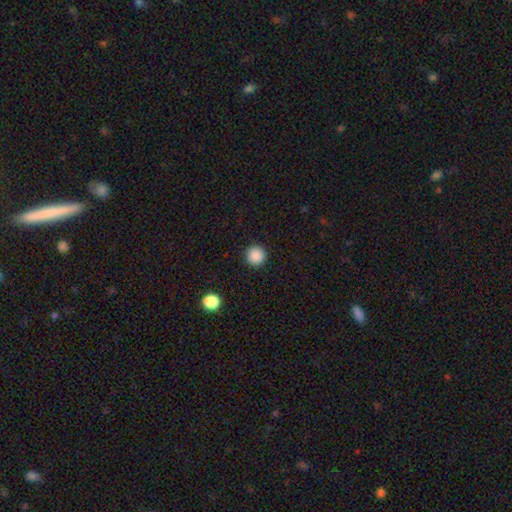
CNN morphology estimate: smooth-or-featured: smooth: 88% | star or artifact: 10% | featured or disk: 2%
  how-rounded: round: 96% | in between: 3% | cigar-shaped: 1%
  merging: none: 93% | minor disturbance: 4% | major disturbance: 2% | merger: 1%